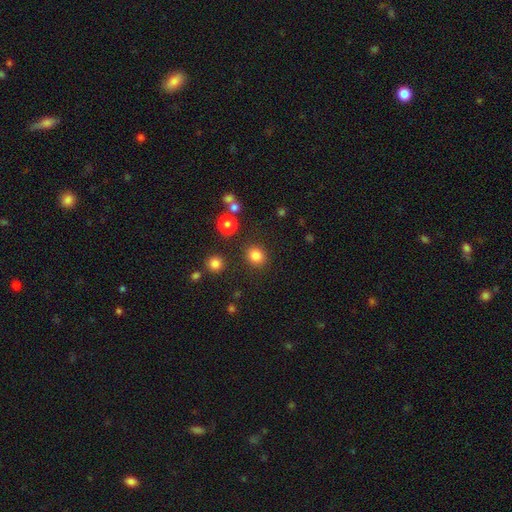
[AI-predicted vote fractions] Smooth or featured? smooth (83%)
How rounded? round (77%)
Merging? none (87%)